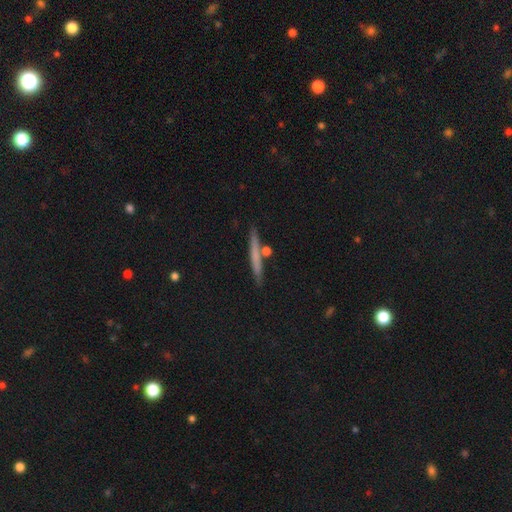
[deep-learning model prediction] A smooth galaxy with no disk features (55%) that is cigar-shaped (95%). Merging: none (84%).